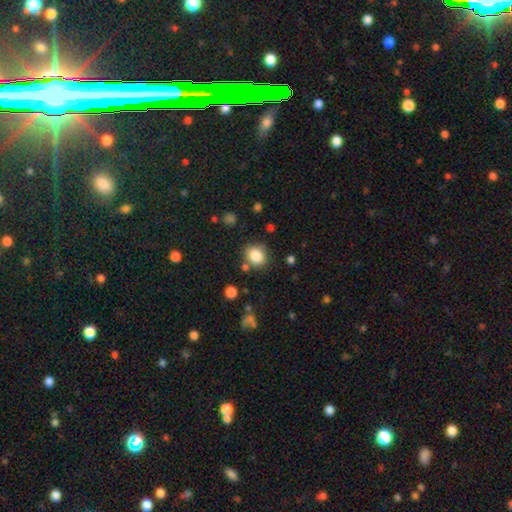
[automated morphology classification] Q: Smooth or featured?
A: smooth (85%); runner-up: star or artifact (10%)
Q: How rounded?
A: round (57%); runner-up: in between (42%)
Q: Merging?
A: none (76%); runner-up: minor disturbance (13%)